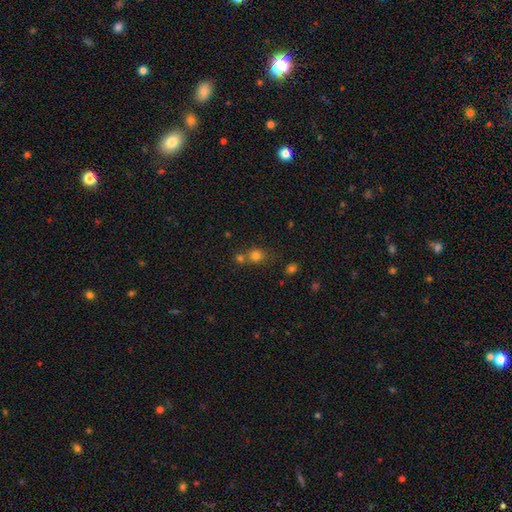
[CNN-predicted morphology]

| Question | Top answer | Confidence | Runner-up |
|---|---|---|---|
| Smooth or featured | smooth | 76% | star or artifact (16%) |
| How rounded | round | 79% | in between (20%) |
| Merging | none | 52% | merger (35%) |